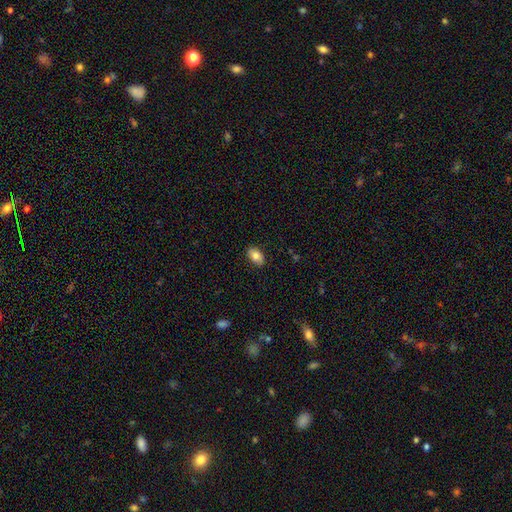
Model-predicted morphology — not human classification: This is clearly a smooth galaxy (83%). How rounded: clearly in between (92%). Merging: clearly none (88%).